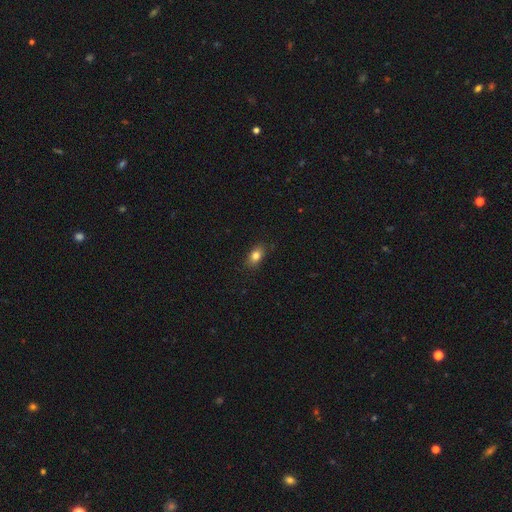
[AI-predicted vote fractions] Smooth or featured? Predicted: smooth (p=0.81). How rounded? Predicted: in between (p=0.80). Merging? Predicted: none (p=0.84).